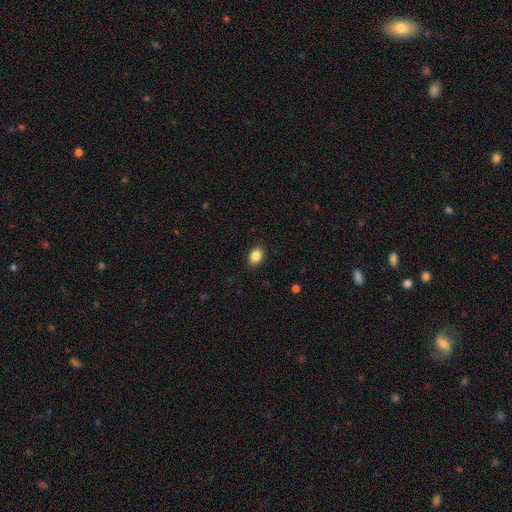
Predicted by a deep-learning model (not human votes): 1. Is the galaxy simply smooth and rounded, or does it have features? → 86% smooth, 9% star or artifact, 5% featured or disk.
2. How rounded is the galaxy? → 62% in between, 37% round, 1% cigar-shaped.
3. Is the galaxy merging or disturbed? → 89% none, 8% minor disturbance, 2% major disturbance, 1% merger.